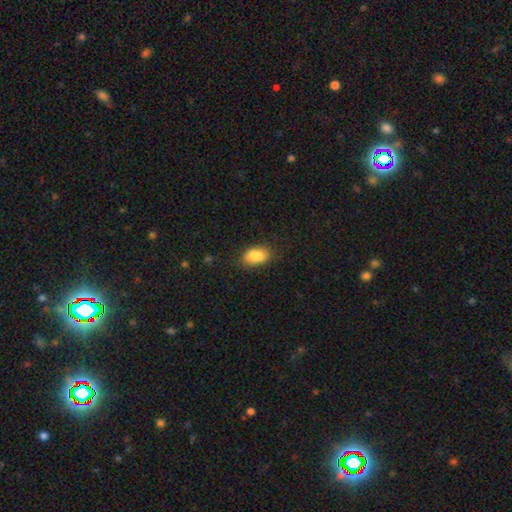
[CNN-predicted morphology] Smooth or featured?
  - smooth: 84% *
  - star or artifact: 8%
  - featured or disk: 8%
How rounded?
  - in between: 89% *
  - round: 9%
  - cigar-shaped: 2%
Merging?
  - none: 72% *
  - minor disturbance: 20%
  - major disturbance: 5%
  - merger: 3%